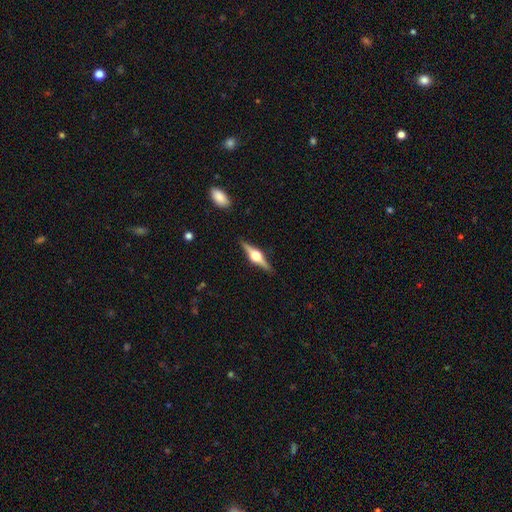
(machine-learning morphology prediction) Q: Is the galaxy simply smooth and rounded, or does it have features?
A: featured or disk — 82%.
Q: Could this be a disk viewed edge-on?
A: yes — 98%.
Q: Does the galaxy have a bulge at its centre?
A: rounded — 94%.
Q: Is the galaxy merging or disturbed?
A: none — 90%.